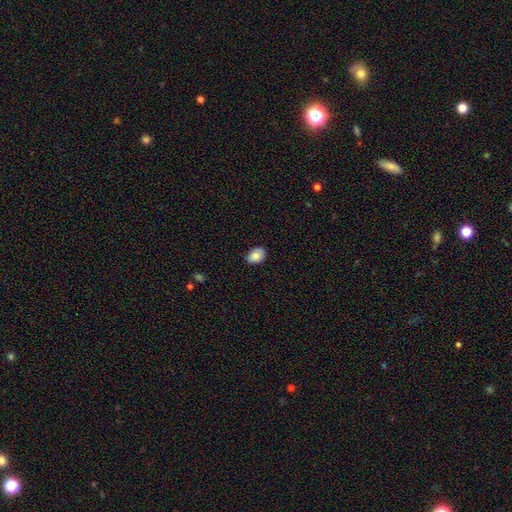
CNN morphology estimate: This is clearly a smooth galaxy (85%). How rounded: clearly in between (80%). Merging: clearly none (85%).